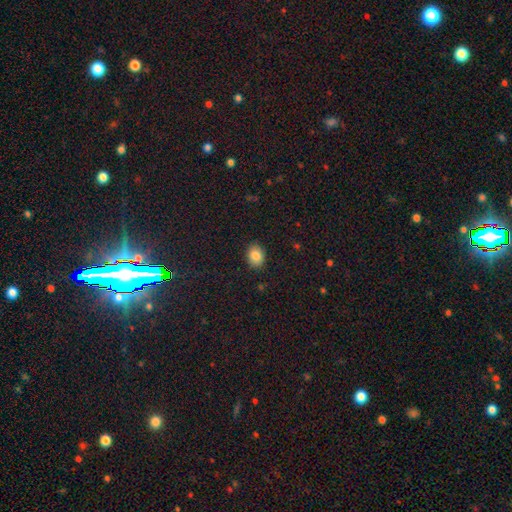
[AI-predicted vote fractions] Smooth or featured?
  - smooth: 85% *
  - star or artifact: 9%
  - featured or disk: 6%
How rounded?
  - in between: 62% *
  - round: 37%
  - cigar-shaped: 1%
Merging?
  - none: 89% *
  - minor disturbance: 8%
  - major disturbance: 2%
  - merger: 1%